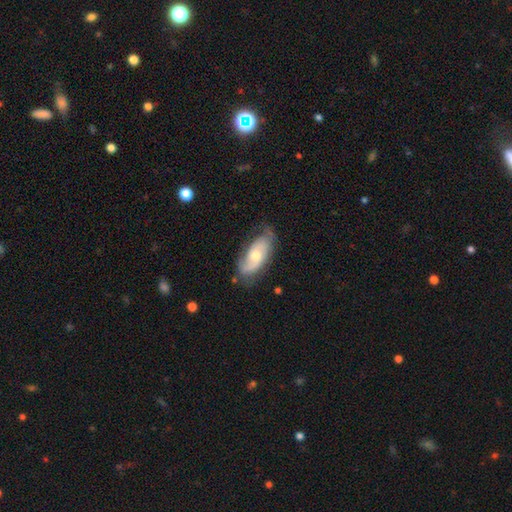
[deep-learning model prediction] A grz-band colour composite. It shows a featured or disk galaxy (58%) with no bar (71%), spiral arms (81%) and a moderate central bulge (63%). Merging: none (62%).